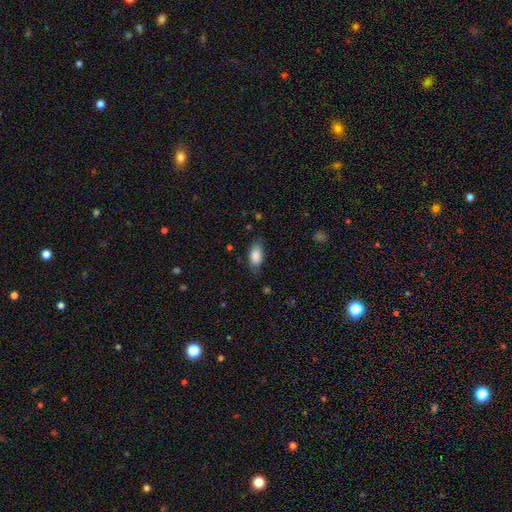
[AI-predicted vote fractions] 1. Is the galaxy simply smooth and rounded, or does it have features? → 87% smooth, 7% star or artifact, 6% featured or disk.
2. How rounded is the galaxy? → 91% in between, 6% cigar-shaped, 3% round.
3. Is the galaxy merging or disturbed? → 75% none, 19% minor disturbance, 4% major disturbance, 1% merger.